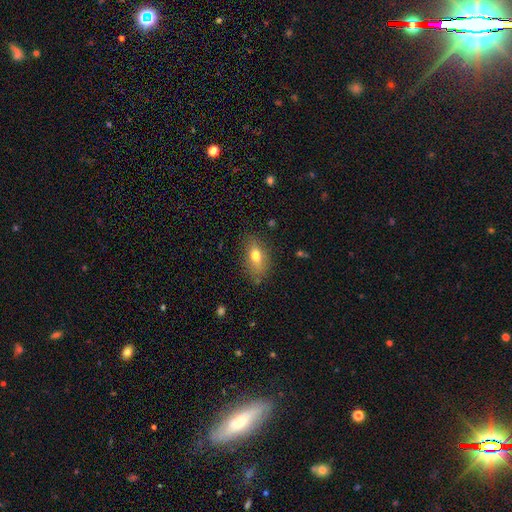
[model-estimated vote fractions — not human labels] smooth-or-featured: smooth: 75% | featured or disk: 16% | star or artifact: 9%
  how-rounded: in between: 83% | round: 9% | cigar-shaped: 8%
  merging: none: 77% | minor disturbance: 16% | major disturbance: 5% | merger: 2%